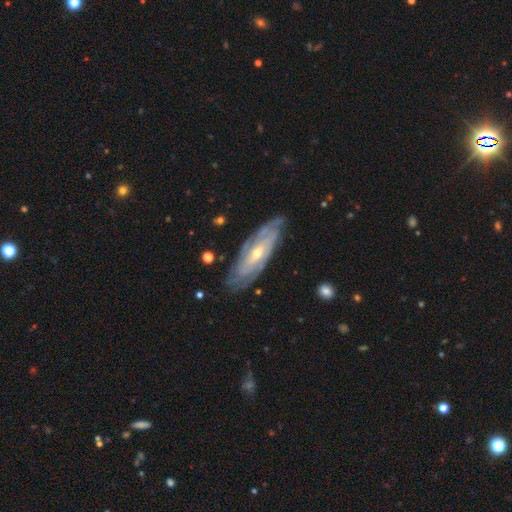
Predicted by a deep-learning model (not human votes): Morphology: type=featured or disk (81%); edge-on=no (79%); bar=no (52%); spiral arms=yes (90%); winding=tight (70%); arm count=can't tell (49%); bulge=small (54%); merging=none (82%).